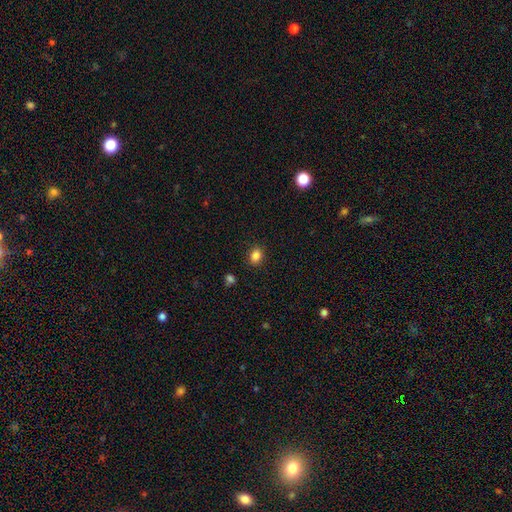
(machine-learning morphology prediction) Smooth or featured?
  - smooth: 85% *
  - star or artifact: 11%
  - featured or disk: 4%
How rounded?
  - in between: 55% *
  - round: 43%
  - cigar-shaped: 1%
Merging?
  - none: 87% *
  - minor disturbance: 9%
  - major disturbance: 3%
  - merger: 2%